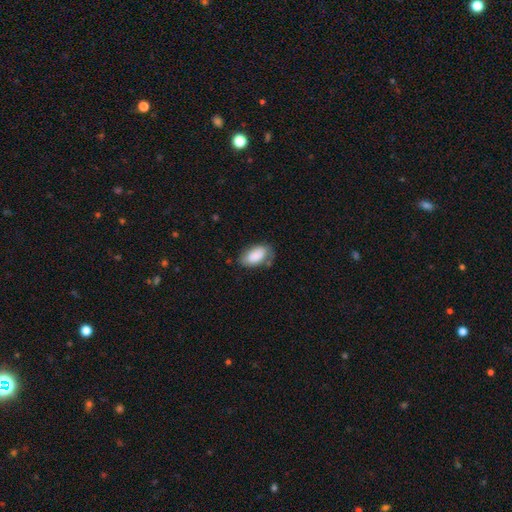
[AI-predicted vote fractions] Q: Smooth or featured?
A: smooth (84%); runner-up: featured or disk (10%)
Q: How rounded?
A: in between (94%); runner-up: round (4%)
Q: Merging?
A: none (60%); runner-up: minor disturbance (27%)